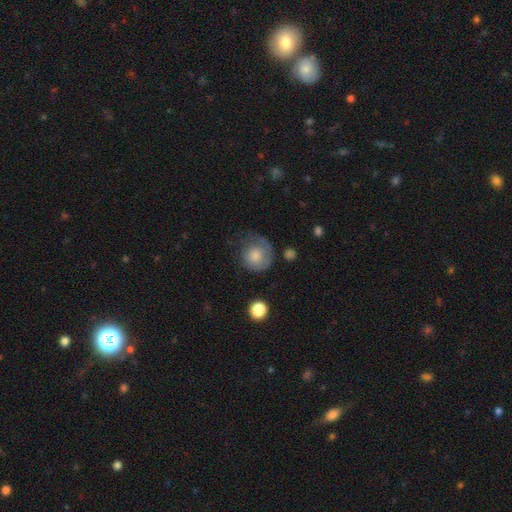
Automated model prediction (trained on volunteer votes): Smooth or featured? Predicted: smooth (p=0.70). How rounded? Predicted: round (p=0.85). Merging? Predicted: none (p=0.43).